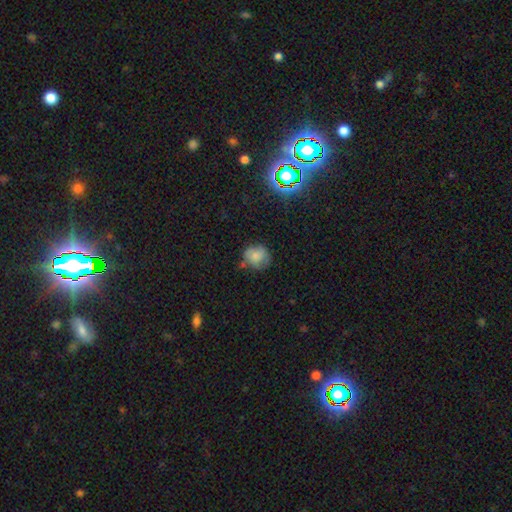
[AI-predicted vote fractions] Q: Smooth or featured?
A: smooth (70%); runner-up: featured or disk (18%)
Q: How rounded?
A: round (80%); runner-up: in between (19%)
Q: Merging?
A: none (60%); runner-up: minor disturbance (27%)